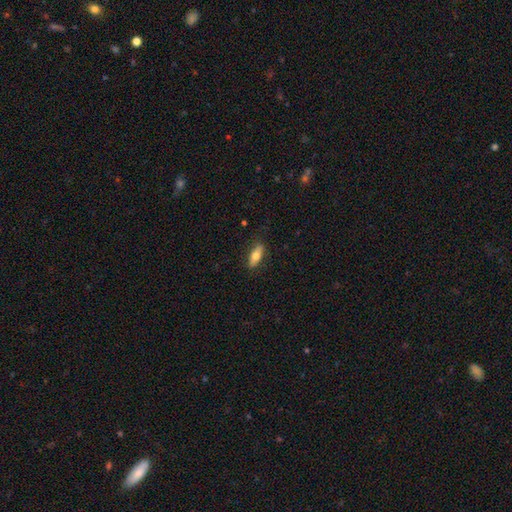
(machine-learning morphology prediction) smooth-or-featured: smooth: 69% | featured or disk: 25% | star or artifact: 6%
  how-rounded: in between: 64% | cigar-shaped: 33% | round: 3%
  merging: none: 85% | minor disturbance: 11% | major disturbance: 2% | merger: 1%